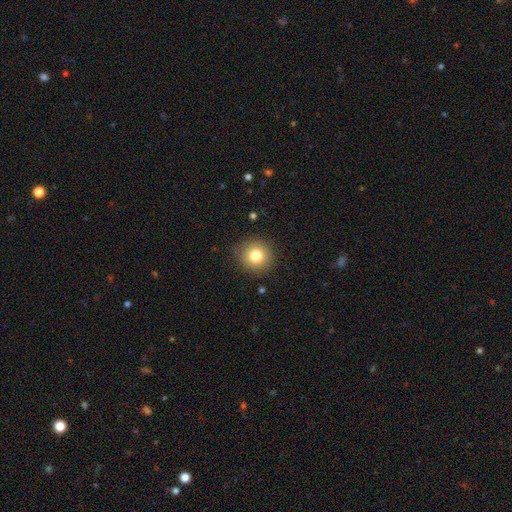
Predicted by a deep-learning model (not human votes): Smooth or featured? smooth (81%)
How rounded? round (91%)
Merging? none (88%)